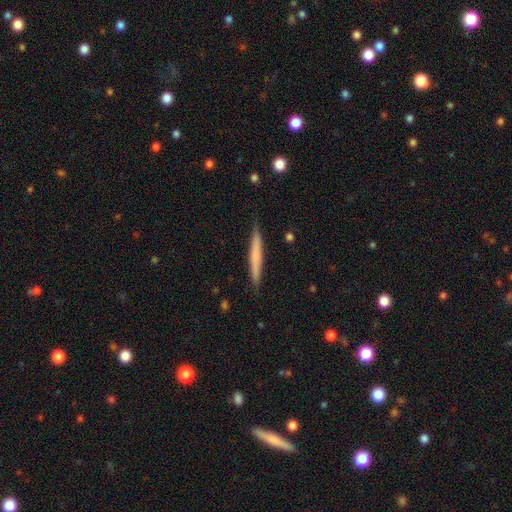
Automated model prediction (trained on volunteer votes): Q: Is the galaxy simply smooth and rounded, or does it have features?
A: smooth — 60%.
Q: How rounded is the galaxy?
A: cigar-shaped — 96%.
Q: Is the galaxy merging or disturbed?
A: none — 87%.